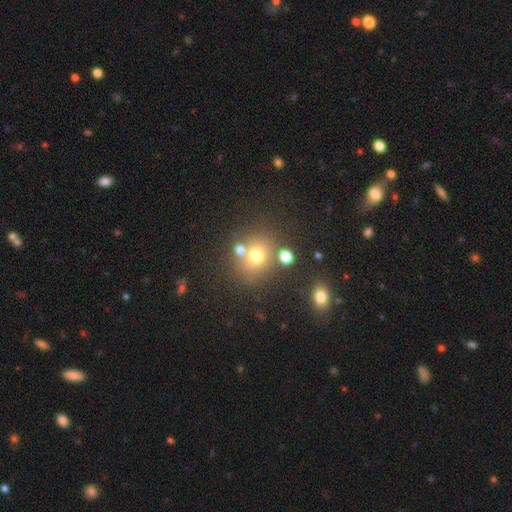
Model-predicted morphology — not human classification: The model was most divided on "how rounded": round: 71%, in between: 28%, cigar-shaped: 1%. More confident: smooth or featured — smooth (69%); merging — none (68%).